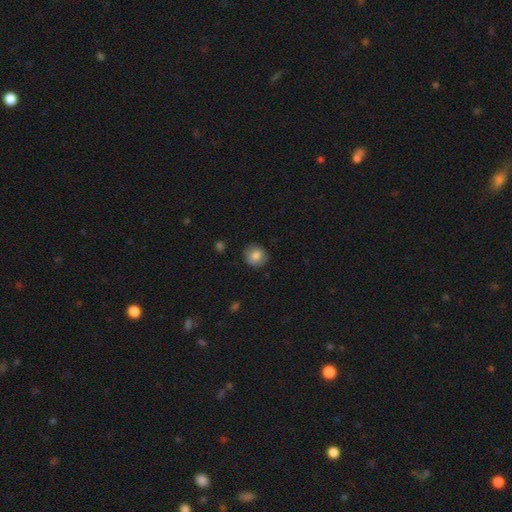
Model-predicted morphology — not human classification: Smooth or featured: smooth — 80% (featured or disk — 12%)
How rounded: round — 86% (in between — 13%)
Merging: none — 85% (minor disturbance — 11%)